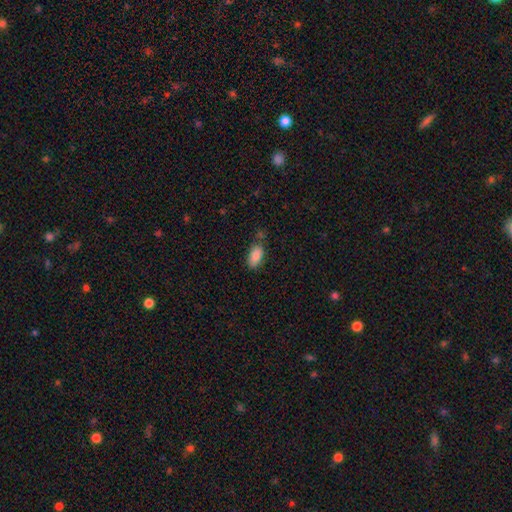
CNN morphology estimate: Smooth or featured?
  - smooth: 86% *
  - star or artifact: 7%
  - featured or disk: 7%
How rounded?
  - in between: 92% *
  - cigar-shaped: 5%
  - round: 3%
Merging?
  - none: 71% *
  - minor disturbance: 18%
  - merger: 7%
  - major disturbance: 4%